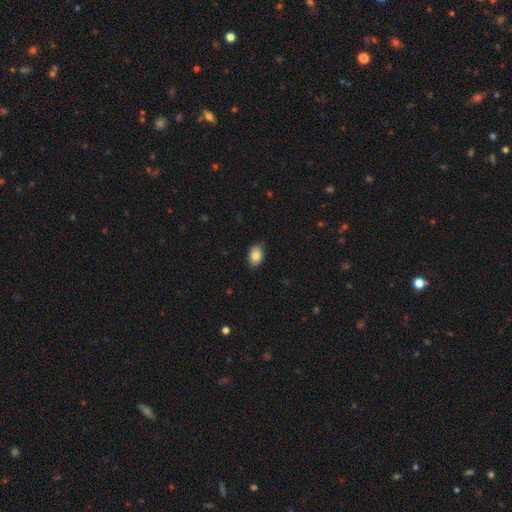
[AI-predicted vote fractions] Smooth or featured? smooth (83%)
How rounded? in between (86%)
Merging? none (85%)